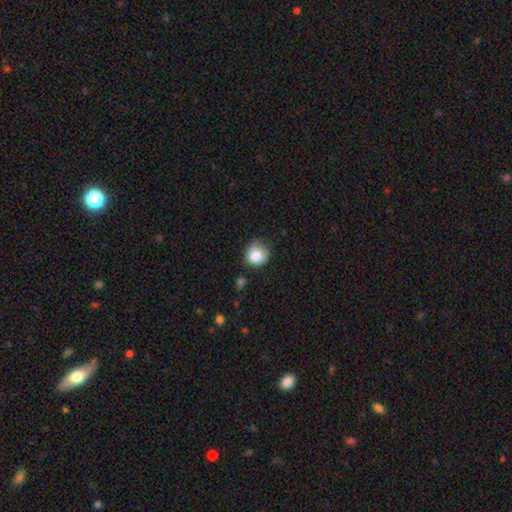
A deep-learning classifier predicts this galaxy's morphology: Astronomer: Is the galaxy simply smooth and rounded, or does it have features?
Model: smooth — 82%.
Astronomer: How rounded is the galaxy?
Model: round — 84%.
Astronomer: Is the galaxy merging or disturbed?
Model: none — 60%.